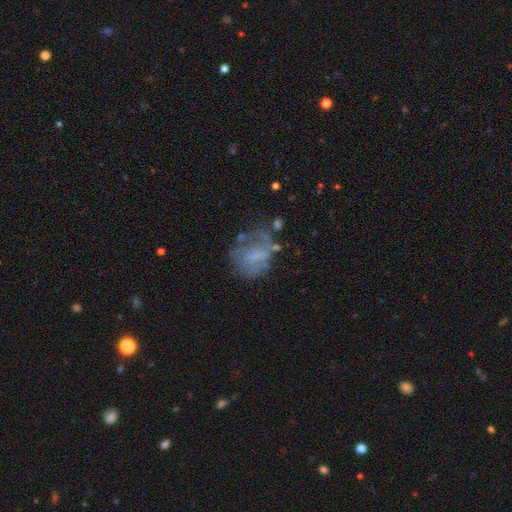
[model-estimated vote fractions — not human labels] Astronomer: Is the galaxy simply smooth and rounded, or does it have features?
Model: featured or disk — 54% (runner-up: smooth, 33%).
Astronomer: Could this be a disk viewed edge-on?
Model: no — 98%.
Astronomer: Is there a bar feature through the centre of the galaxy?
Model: no — 61%.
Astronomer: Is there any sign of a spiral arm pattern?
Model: no — 60% (runner-up: yes, 40%).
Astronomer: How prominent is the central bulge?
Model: none — 48% (runner-up: small, 33%).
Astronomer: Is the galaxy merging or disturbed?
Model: none — 40% (runner-up: major disturbance, 30%).